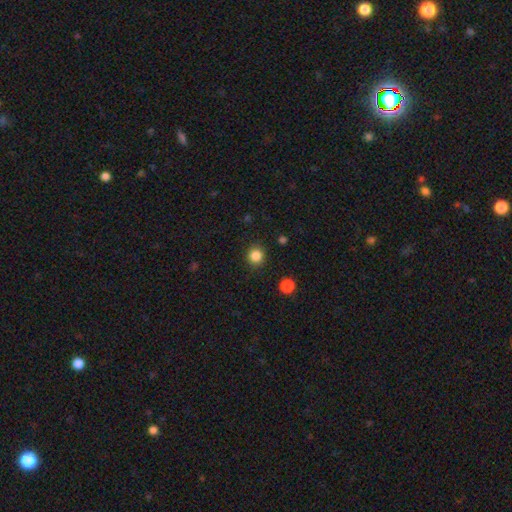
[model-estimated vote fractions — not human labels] Smooth or featured?
  - smooth: 84% *
  - star or artifact: 12%
  - featured or disk: 4%
How rounded?
  - round: 90% *
  - in between: 9%
  - cigar-shaped: 1%
Merging?
  - none: 89% *
  - minor disturbance: 7%
  - major disturbance: 2%
  - merger: 1%